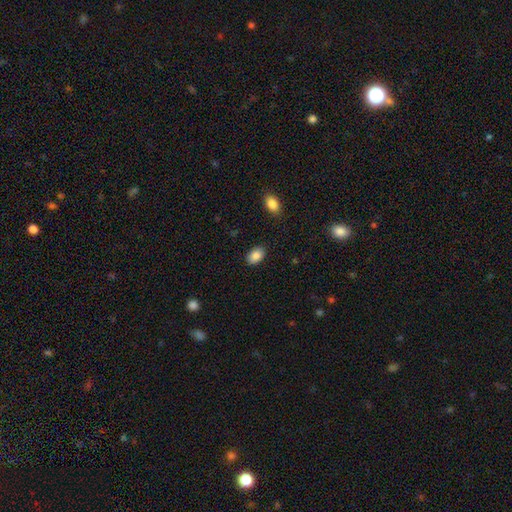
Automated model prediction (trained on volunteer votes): smooth_or_featured: smooth (p=0.87) [alt: star or artifact p=0.07]
how_rounded: in between (p=0.87) [alt: round p=0.12]
merging: none (p=0.88) [alt: minor disturbance p=0.09]